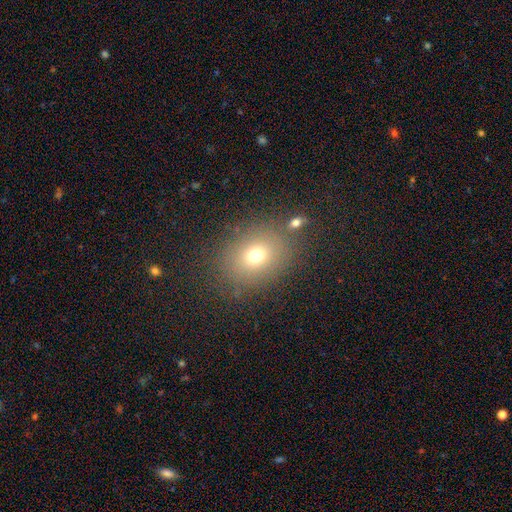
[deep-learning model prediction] Overall: smooth (70%). How rounded: round (50%; in between 49%). Merging: none (78%).